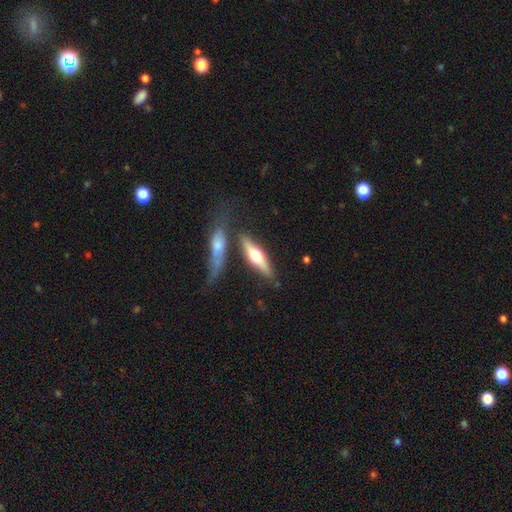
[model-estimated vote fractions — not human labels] Q: Smooth or featured?
A: featured or disk (53%); runner-up: smooth (41%)
Q: Edge-on disk?
A: yes (91%); runner-up: no (9%)
Q: Merging?
A: none (68%); runner-up: merger (14%)